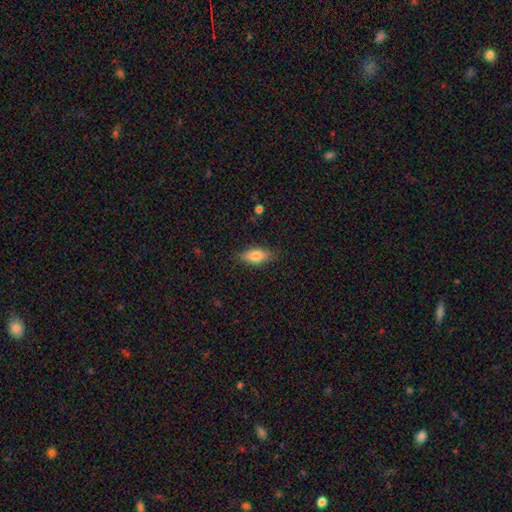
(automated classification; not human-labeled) Smooth or featured? smooth (80%)
How rounded? in between (82%)
Merging? none (83%)